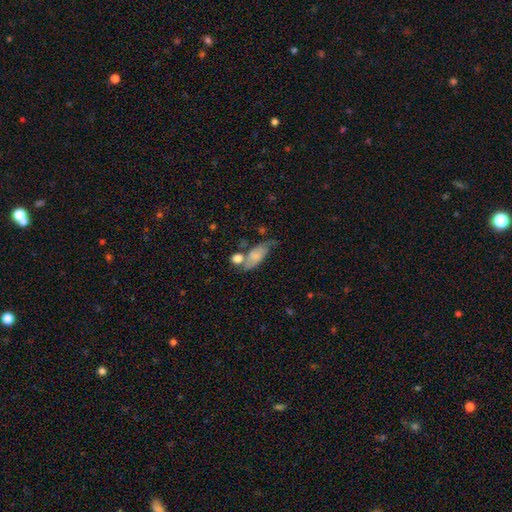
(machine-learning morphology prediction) Overall: smooth (60%; featured or disk 31%). How rounded: in between (79%). Merging: none (34%; merger 27%).